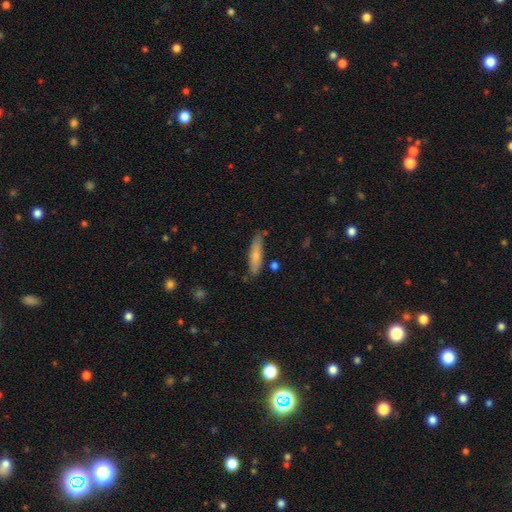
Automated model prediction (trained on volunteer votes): Morphology: type=smooth (72%); roundness=cigar-shaped (71%); merging=none (76%).